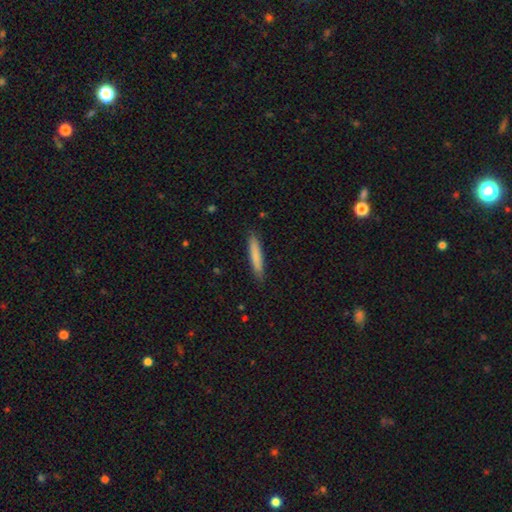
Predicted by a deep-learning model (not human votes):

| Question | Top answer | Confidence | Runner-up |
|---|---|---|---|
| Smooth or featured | smooth | 80% | featured or disk (14%) |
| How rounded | cigar-shaped | 92% | in between (6%) |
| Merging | none | 88% | minor disturbance (9%) |